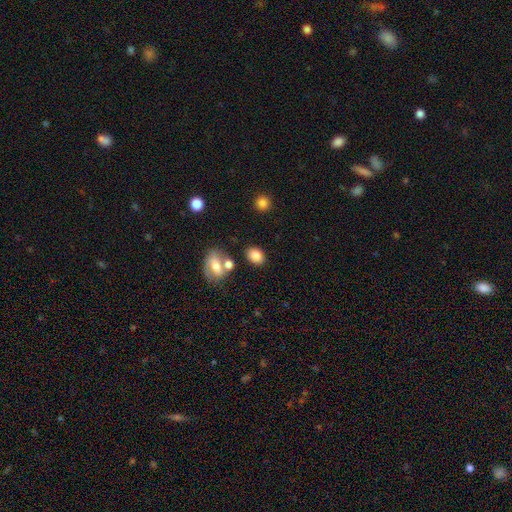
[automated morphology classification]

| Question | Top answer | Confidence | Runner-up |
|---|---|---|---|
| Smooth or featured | smooth | 83% | star or artifact (9%) |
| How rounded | in between | 68% | round (30%) |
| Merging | none | 71% | minor disturbance (12%) |